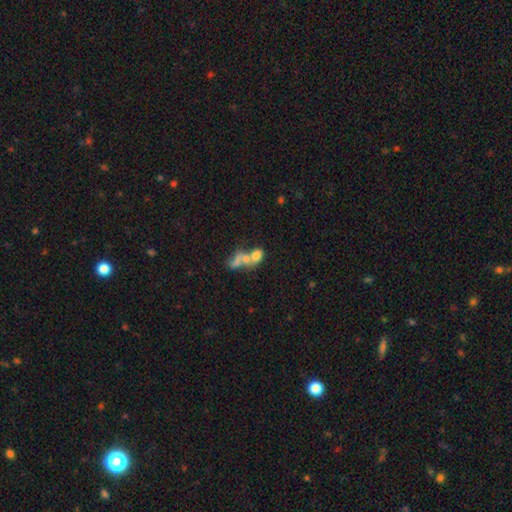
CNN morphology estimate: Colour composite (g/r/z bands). It shows a smooth galaxy with no disk features (64%) that is in between round and cigar-shaped (64%). Merging: merger (66%).